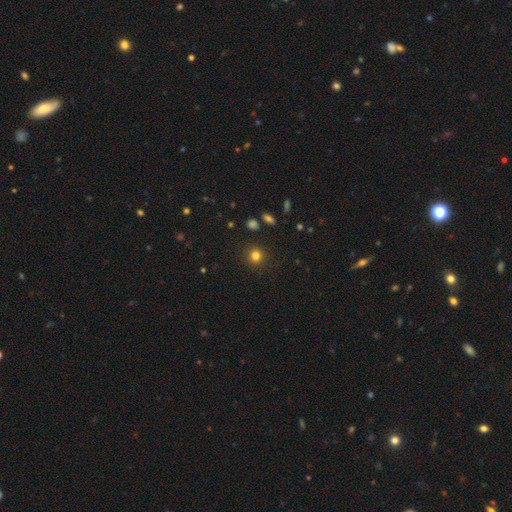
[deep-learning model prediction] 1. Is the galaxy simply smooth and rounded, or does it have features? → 80% smooth, 14% star or artifact, 6% featured or disk.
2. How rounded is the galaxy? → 90% round, 9% in between, 1% cigar-shaped.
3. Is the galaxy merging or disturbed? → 89% none, 6% minor disturbance, 2% major disturbance, 2% merger.